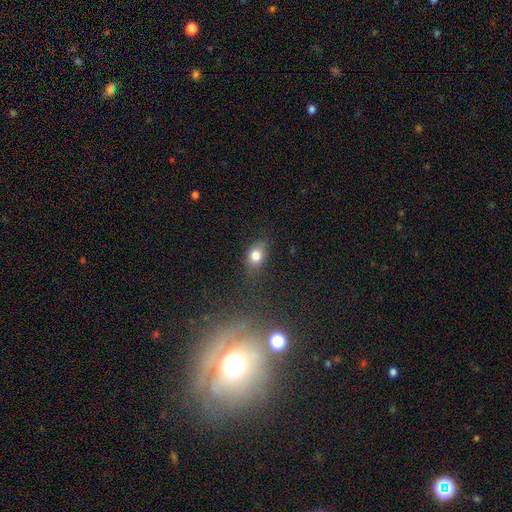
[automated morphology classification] A smooth galaxy with no disk features (79%) that is in between round and cigar-shaped (70%). Merging: none (71%).